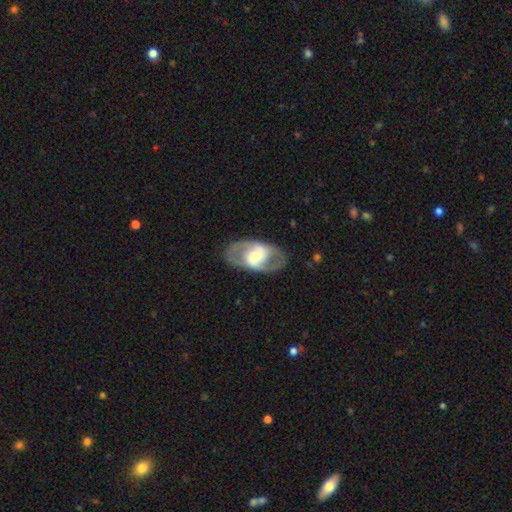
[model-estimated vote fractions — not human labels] Overall: featured or disk (74%). Edge-on disk: no (93%). Bar: weak (39%; no 34%). Spiral arms: yes (73%). Spiral arm count: 2 (84%). Spiral winding: medium (51%; tight 26%). Bulge size: moderate (54%; small 26%). Merging: none (82%).